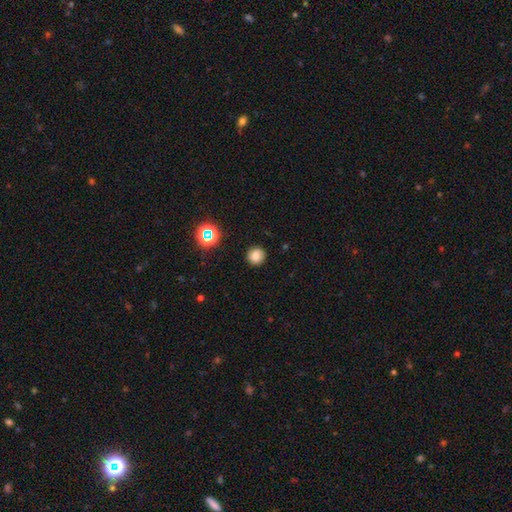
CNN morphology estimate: Smooth or featured? smooth (78%)
How rounded? round (90%)
Merging? none (88%)